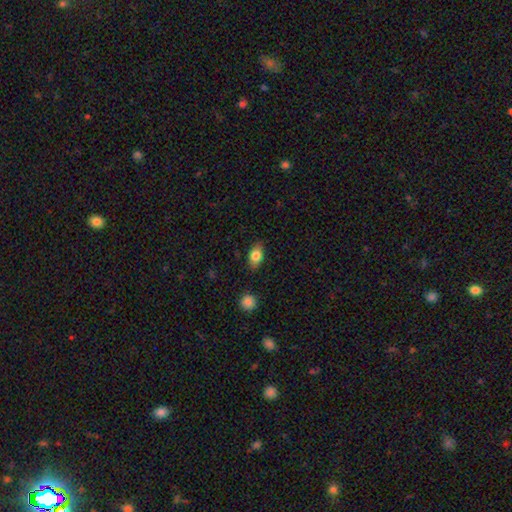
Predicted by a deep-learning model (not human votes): Smooth or featured? smooth (80%)
How rounded? in between (85%)
Merging? none (84%)